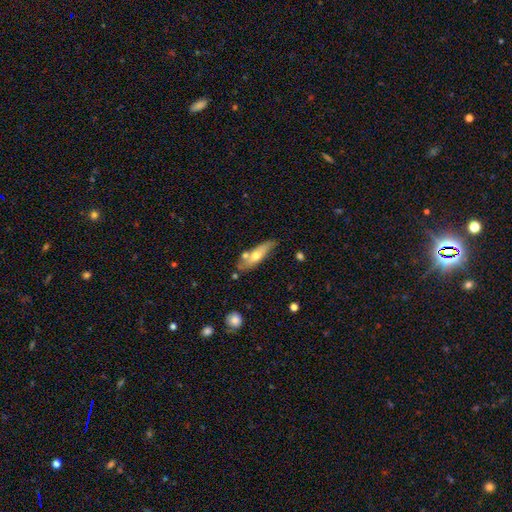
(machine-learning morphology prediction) smooth-or-featured: smooth: 53% | featured or disk: 41% | star or artifact: 6%
  how-rounded: cigar-shaped: 56% | in between: 41% | round: 2%
  merging: none: 59% | minor disturbance: 21% | merger: 14% | major disturbance: 5%